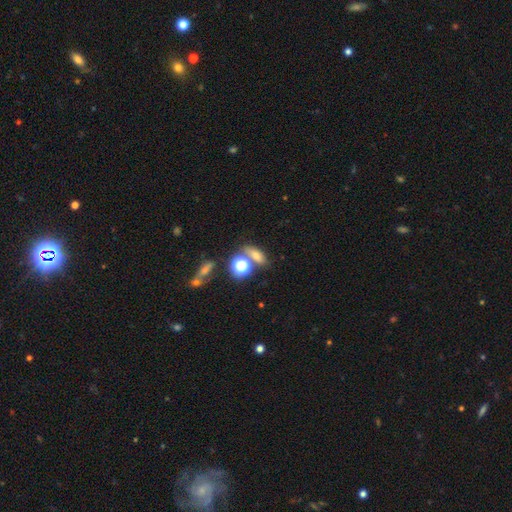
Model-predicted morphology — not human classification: Smooth or featured? smooth (63%)
How rounded? in between (60%)
Merging? none (60%)